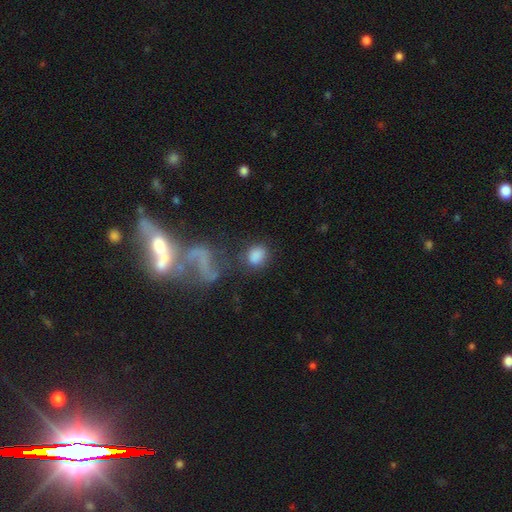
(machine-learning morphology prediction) type=smooth (81%); roundness=round (51%); merging=none (58%).